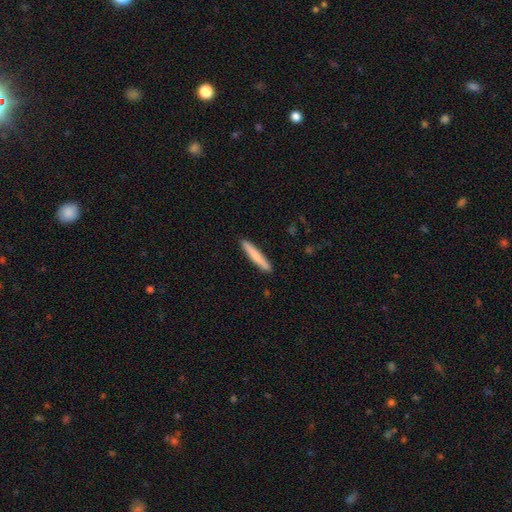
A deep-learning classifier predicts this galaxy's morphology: A smooth galaxy with no disk features (74%) that is cigar-shaped (95%).

Vote fractions:
- Smooth or featured? smooth: 74% / featured or disk: 21% / star or artifact: 5%
- How rounded? cigar-shaped: 95% / in between: 4% / round: 1%
- Merging? none: 91% / minor disturbance: 6% / major disturbance: 1% / merger: 1%